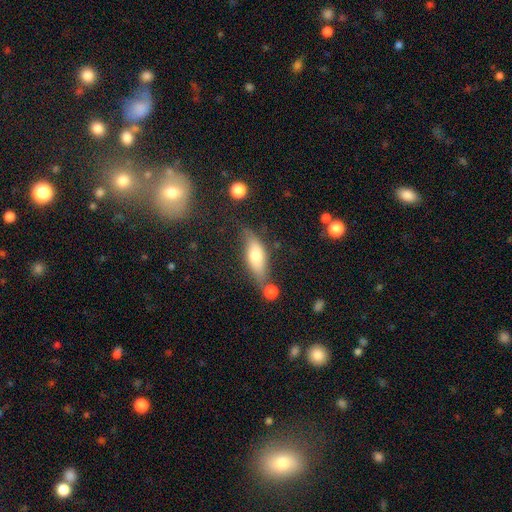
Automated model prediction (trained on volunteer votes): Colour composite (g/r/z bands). It shows a smooth galaxy with no disk features (59%) that is in between round and cigar-shaped (62%). Merging: none (58%).